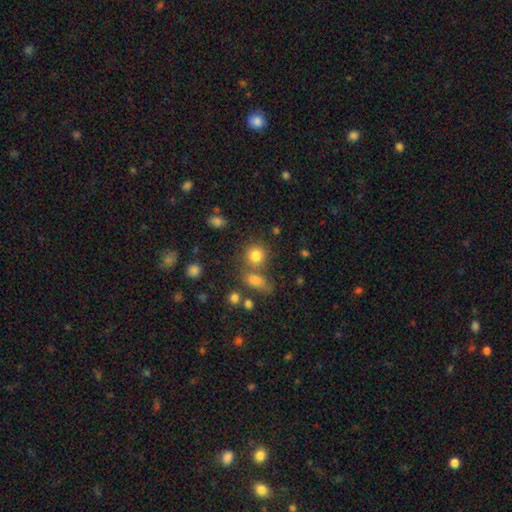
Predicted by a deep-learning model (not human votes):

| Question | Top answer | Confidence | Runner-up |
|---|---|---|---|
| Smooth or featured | smooth | 80% | star or artifact (12%) |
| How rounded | round | 80% | in between (18%) |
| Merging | none | 60% | merger (24%) |